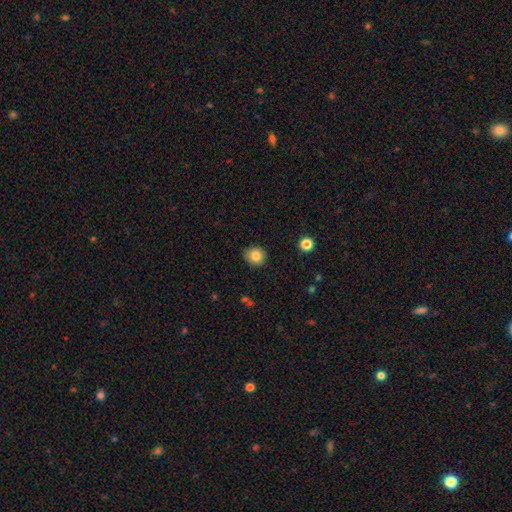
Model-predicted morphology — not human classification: type=smooth (84%); roundness=round (84%); merging=none (86%).